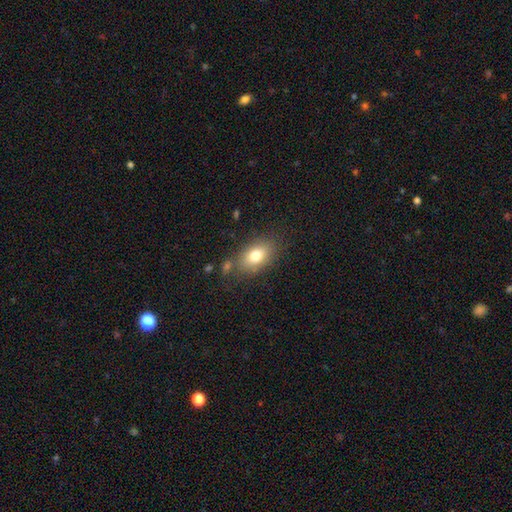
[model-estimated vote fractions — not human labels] smooth_or_featured: smooth (p=0.77) [alt: featured or disk p=0.14]
how_rounded: in between (p=0.85) [alt: round p=0.13]
merging: none (p=0.74) [alt: minor disturbance p=0.15]